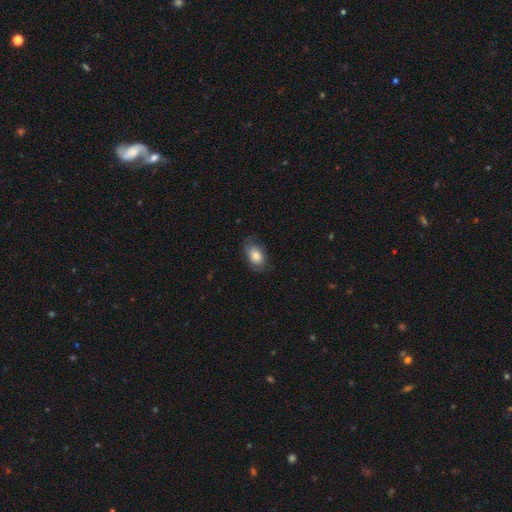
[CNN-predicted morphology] A smooth galaxy with no disk features (77%) that is in between round and cigar-shaped (84%).

Vote fractions:
- Smooth or featured? smooth: 77% / featured or disk: 15% / star or artifact: 8%
- How rounded? in between: 84% / round: 14% / cigar-shaped: 2%
- Merging? none: 70% / minor disturbance: 23% / major disturbance: 7% / merger: 1%